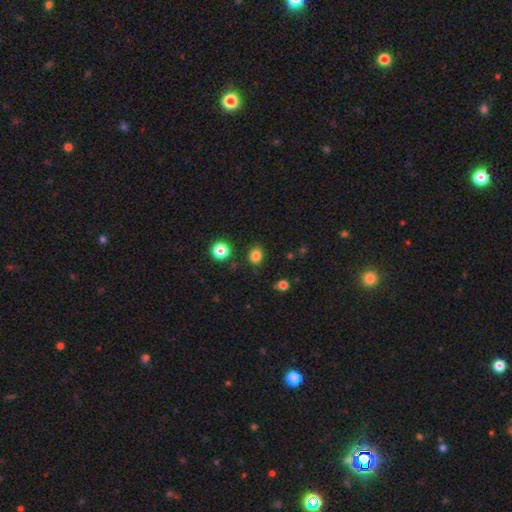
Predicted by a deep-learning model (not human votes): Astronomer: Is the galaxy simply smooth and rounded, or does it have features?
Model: smooth — 83%.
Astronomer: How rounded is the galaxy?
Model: round — 60% (runner-up: in between, 39%).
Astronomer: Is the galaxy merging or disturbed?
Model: none — 85%.